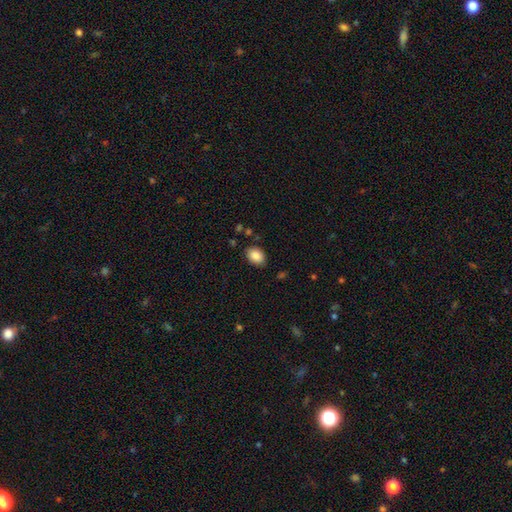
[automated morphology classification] type=smooth (88%); roundness=in between (78%); merging=none (84%).